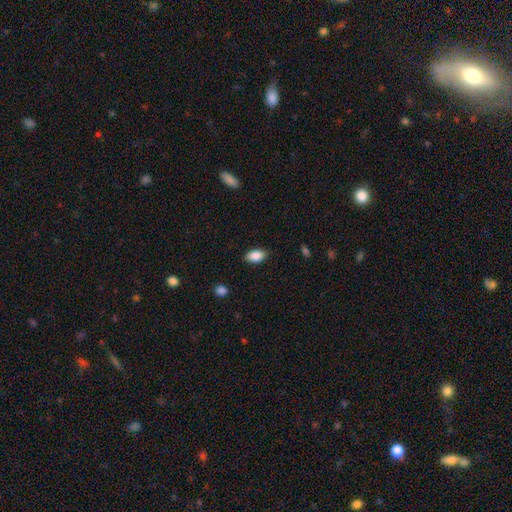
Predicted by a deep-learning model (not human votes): smooth 88%, star or artifact 7%, featured or disk 5%. Down the decision tree: how rounded — in between (92%); merging — none (86%).